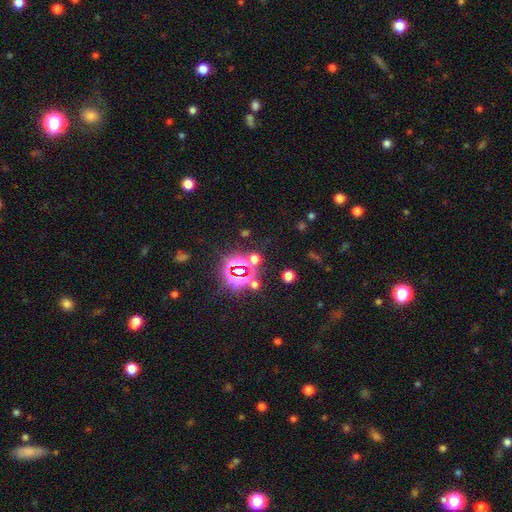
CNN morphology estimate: type=star or artifact (78%).